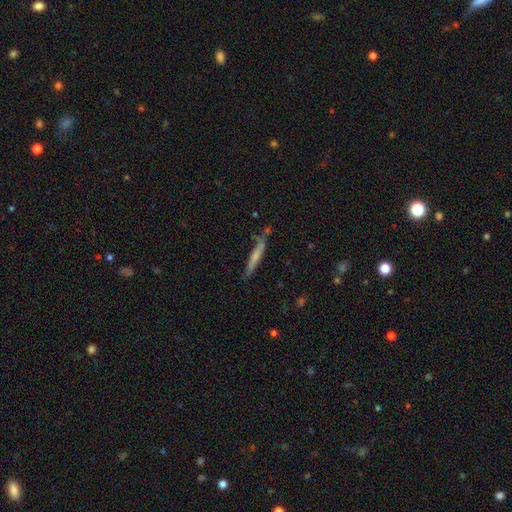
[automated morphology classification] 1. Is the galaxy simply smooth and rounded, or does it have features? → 56% smooth, 38% featured or disk, 7% star or artifact.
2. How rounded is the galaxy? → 94% cigar-shaped, 4% in between, 2% round.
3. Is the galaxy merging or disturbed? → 72% none, 18% minor disturbance, 6% merger, 4% major disturbance.